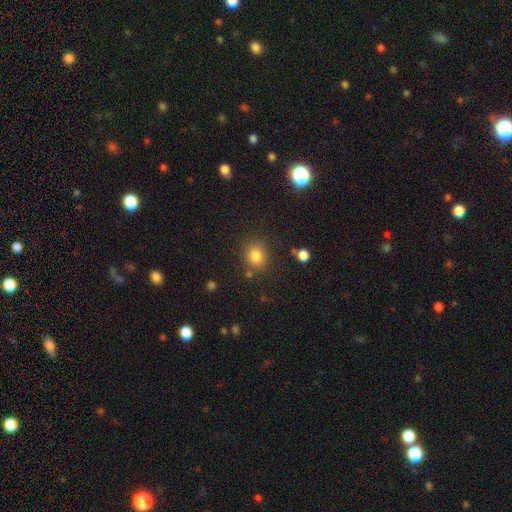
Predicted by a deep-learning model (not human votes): A smooth galaxy with no disk features (82%) that is round (69%). Merging: none (79%).